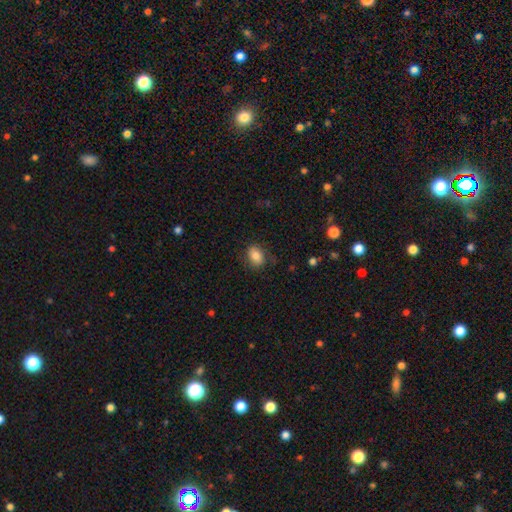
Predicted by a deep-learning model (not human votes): Morphology: type=smooth (83%); roundness=in between (74%); merging=none (78%).